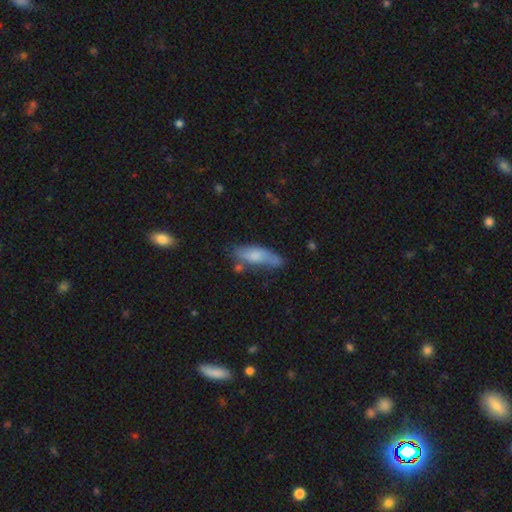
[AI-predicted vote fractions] Smooth or featured: smooth — 65% (featured or disk — 28%)
How rounded: cigar-shaped — 49% (in between — 48%)
Merging: none — 59% (minor disturbance — 27%)